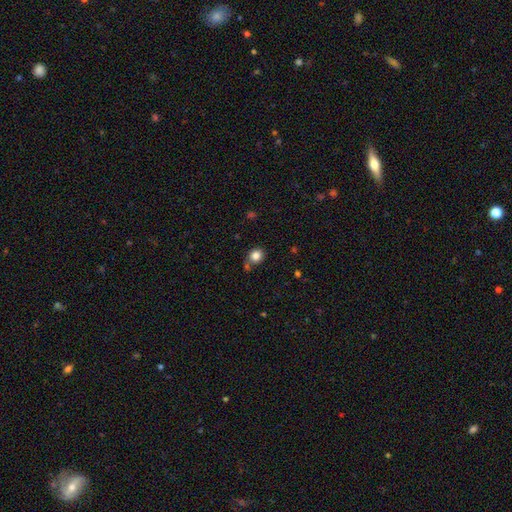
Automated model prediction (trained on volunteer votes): Smooth or featured?
  - smooth: 83% *
  - star or artifact: 11%
  - featured or disk: 6%
How rounded?
  - round: 78% *
  - in between: 21%
  - cigar-shaped: 1%
Merging?
  - none: 71% *
  - minor disturbance: 14%
  - merger: 11%
  - major disturbance: 4%